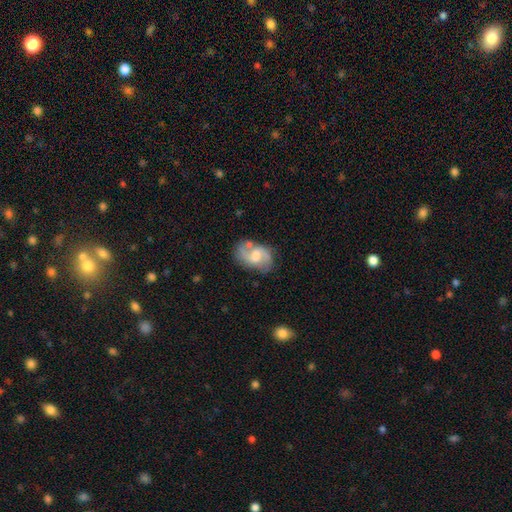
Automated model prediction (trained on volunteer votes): Overall: featured or disk (68%). Edge-on disk: no (97%). Bar: weak (52%; no 36%). Spiral arms: yes (85%). Spiral arm count: 2 (85%). Spiral winding: medium (44%; loose 43%). Bulge size: moderate (54%; small 21%). Merging: none (60%; minor disturbance 23%).